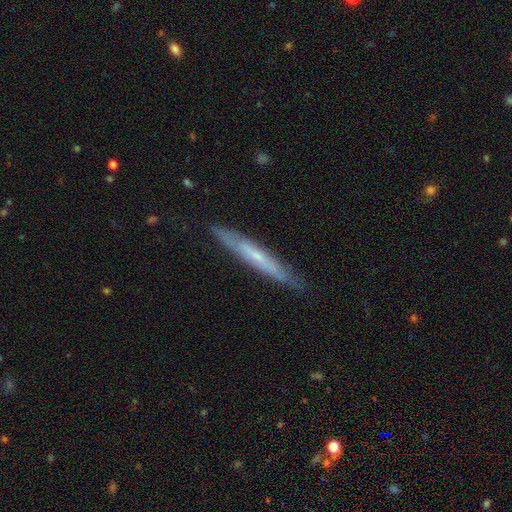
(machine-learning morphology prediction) This appears to be a featured or disk galaxy (54%) viewed edge-on (86%). Merging: none (84%).